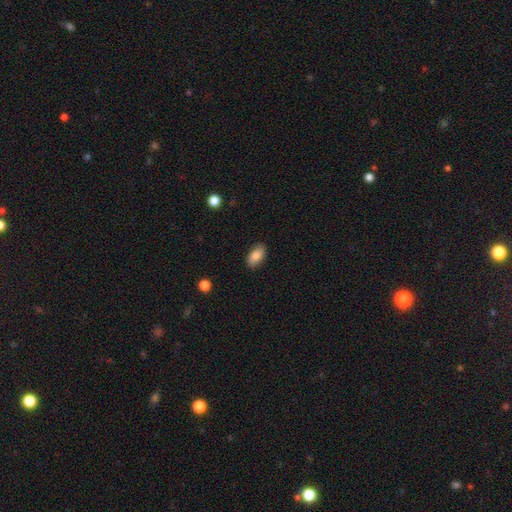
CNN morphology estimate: The model was most divided on "smooth or featured": smooth: 82%, featured or disk: 11%, star or artifact: 7%. More confident: how rounded — in between (93%); merging — none (86%).